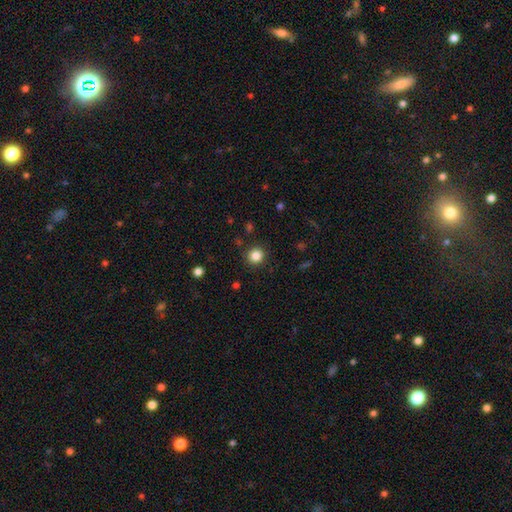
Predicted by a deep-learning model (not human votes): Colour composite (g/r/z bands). It shows a smooth galaxy with no disk features (84%) that is round (94%). Merging: none (91%).